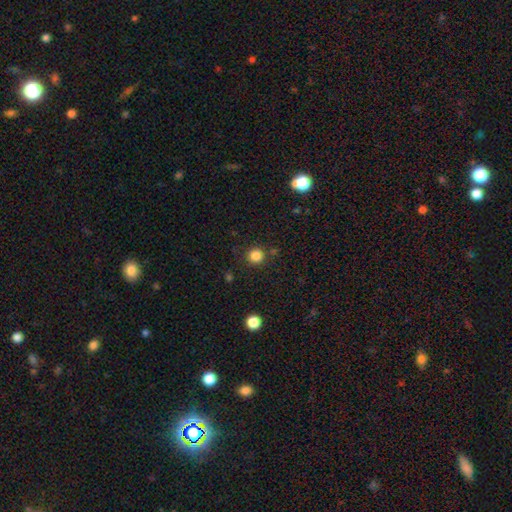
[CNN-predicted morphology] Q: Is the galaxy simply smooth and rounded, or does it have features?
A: smooth — 83%.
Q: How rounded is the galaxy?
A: round — 93%.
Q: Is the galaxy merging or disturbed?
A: none — 86%.